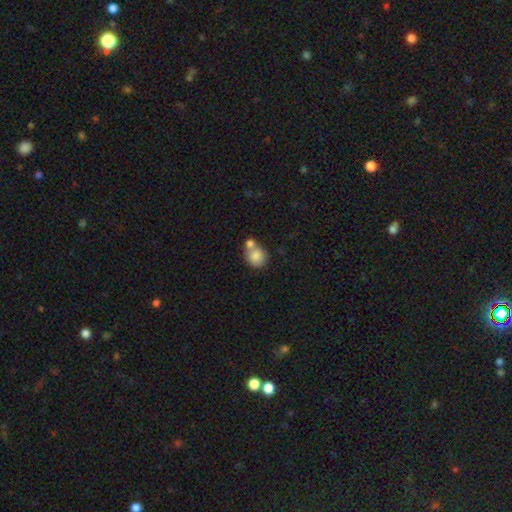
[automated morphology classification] Smooth or featured: smooth — 82% (featured or disk — 10%)
How rounded: round — 76% (in between — 23%)
Merging: merger — 44% (none — 41%)